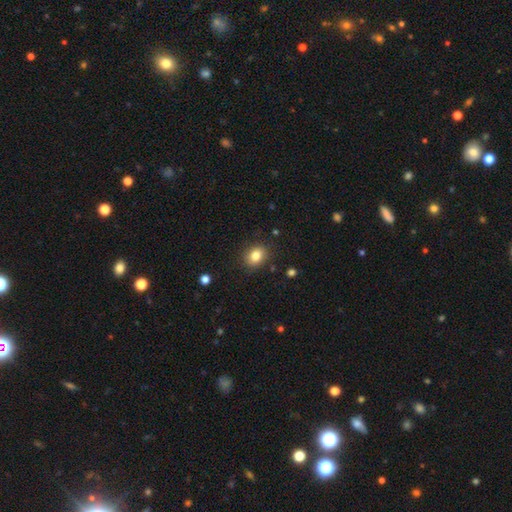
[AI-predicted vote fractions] A smooth galaxy with no disk features (83%) that is in between round and cigar-shaped (51%). Merging: none (86%).